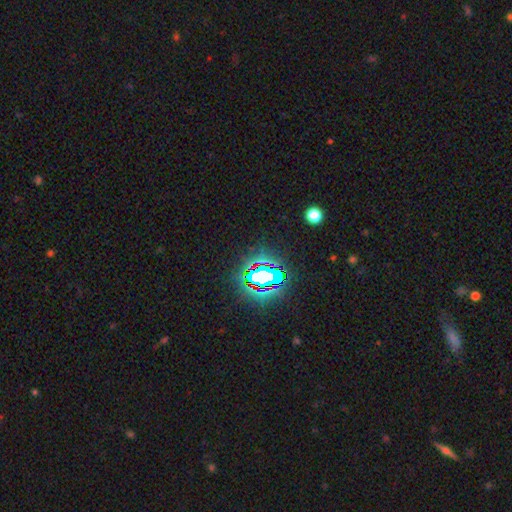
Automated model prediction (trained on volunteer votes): Smooth or featured? Predicted: star or artifact (p=0.80).